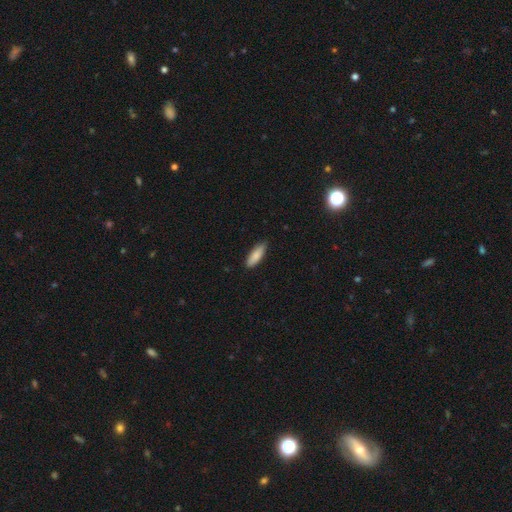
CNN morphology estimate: smooth 86%, featured or disk 8%, star or artifact 6%. Down the decision tree: how rounded — in between (58%); merging — none (82%).